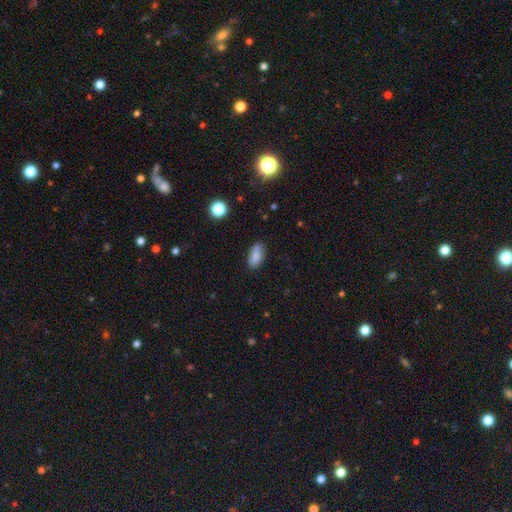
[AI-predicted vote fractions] Morphology: type=smooth (84%); roundness=in between (87%); merging=none (84%).